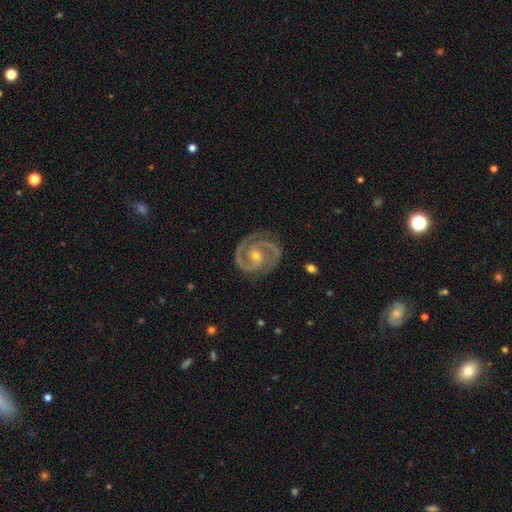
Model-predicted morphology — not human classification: smooth-or-featured: featured or disk: 93% | star or artifact: 4% | smooth: 3%
  disk-edge-on: no: 98% | yes: 2%
    bar: no: 53% | weak: 32% | strong: 15%
    has-spiral-arms: yes: 99% | no: 1%
      spiral-winding: tight: 52% | medium: 43% | loose: 5%
      spiral-arm-count: 2: 91% | 3: 4% | can't tell: 2% | 1: 1% | 4: 1% | more than 4: 1%
    bulge-size: small: 57% | moderate: 41% | none: 1% | large: 1% | dominant: 1%
  merging: none: 83% | minor disturbance: 12% | major disturbance: 3% | merger: 1%